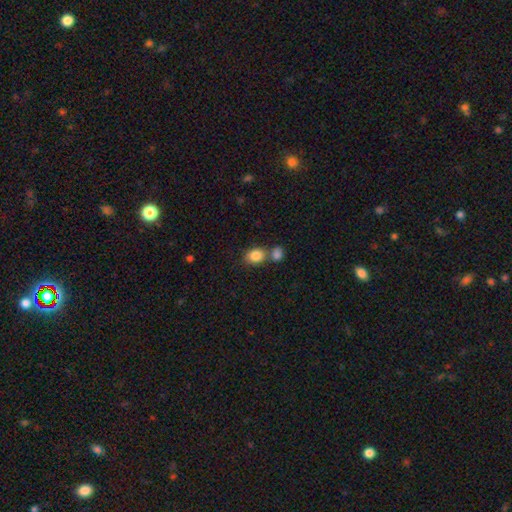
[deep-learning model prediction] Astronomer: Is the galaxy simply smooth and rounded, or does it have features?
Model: smooth — 86%.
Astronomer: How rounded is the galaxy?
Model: in between — 58% (runner-up: round, 41%).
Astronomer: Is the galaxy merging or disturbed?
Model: none — 50% (runner-up: merger, 36%).